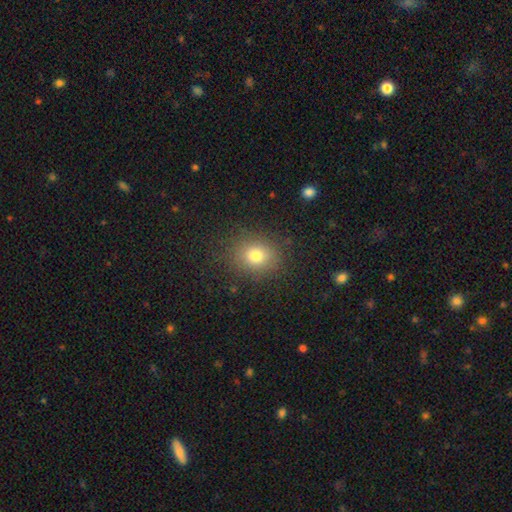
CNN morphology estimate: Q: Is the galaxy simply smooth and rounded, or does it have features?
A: smooth — 77%.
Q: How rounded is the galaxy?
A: round — 63%.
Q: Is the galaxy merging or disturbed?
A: none — 86%.